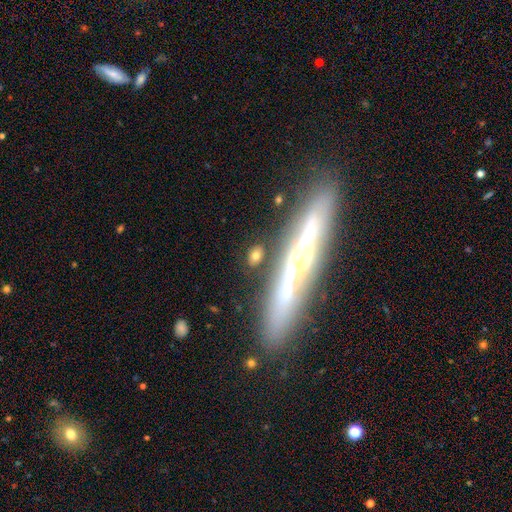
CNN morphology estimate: type=smooth (62%); roundness=in between (62%); merging=none (78%).